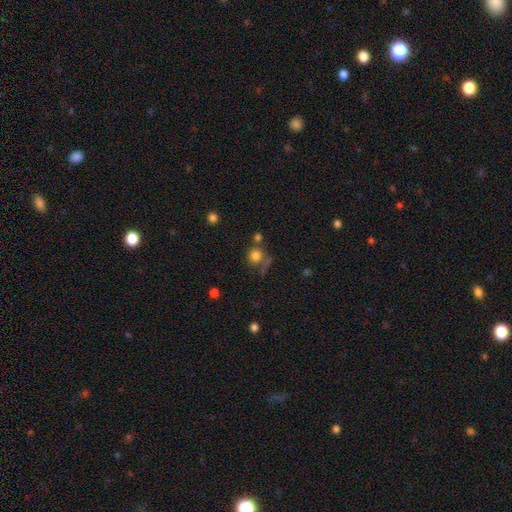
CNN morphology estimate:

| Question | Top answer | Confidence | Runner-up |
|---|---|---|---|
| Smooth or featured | smooth | 79% | star or artifact (14%) |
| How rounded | round | 87% | in between (12%) |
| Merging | none | 59% | merger (19%) |